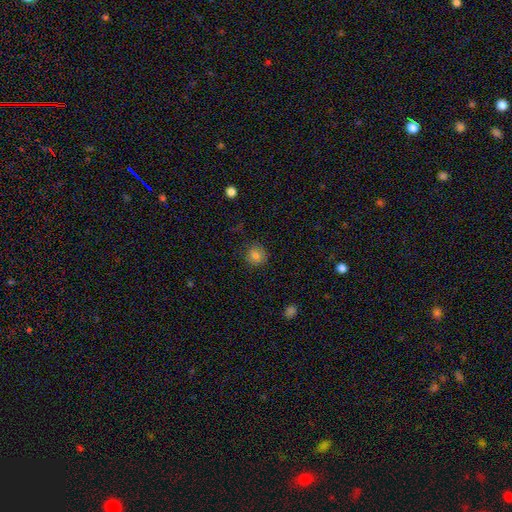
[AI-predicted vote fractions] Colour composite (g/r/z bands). It shows a smooth galaxy with no disk features (82%) that is round (86%). Merging: none (83%).